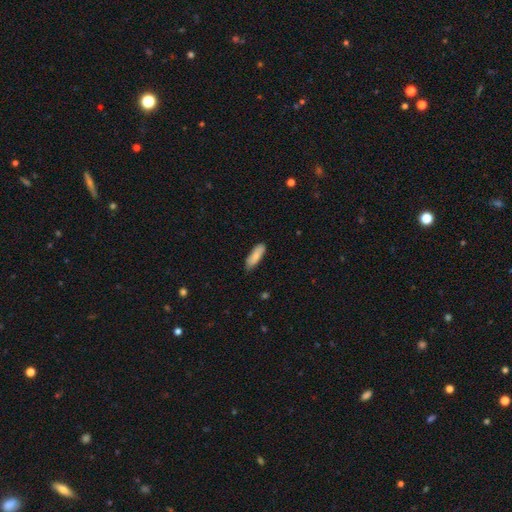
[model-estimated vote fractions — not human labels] Smooth or featured? smooth (82%)
How rounded? in between (55%)
Merging? none (79%)